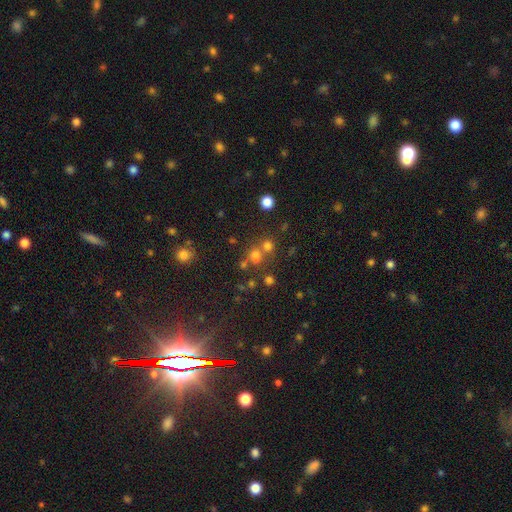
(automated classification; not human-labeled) Smooth or featured: smooth — 58% (star or artifact — 31%)
How rounded: round — 80% (in between — 18%)
Merging: none — 56% (merger — 32%)